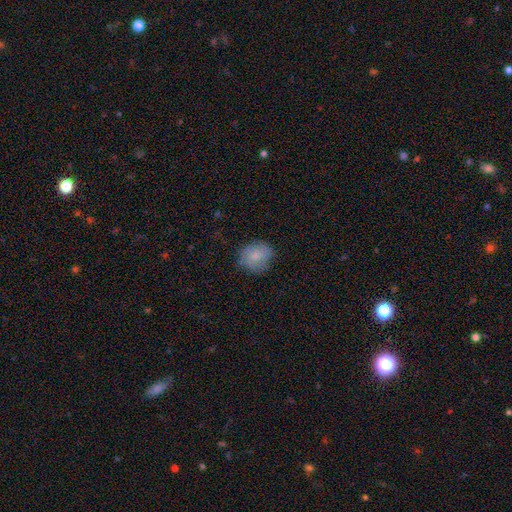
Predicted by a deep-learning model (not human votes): Morphology: type=smooth (77%); roundness=round (78%); merging=none (75%).